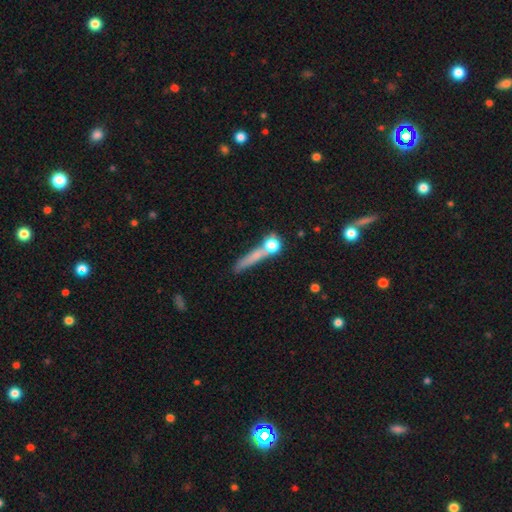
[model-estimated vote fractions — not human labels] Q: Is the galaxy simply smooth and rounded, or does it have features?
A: smooth — 58%.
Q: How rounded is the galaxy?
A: cigar-shaped — 68%.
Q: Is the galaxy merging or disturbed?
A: none — 57%.